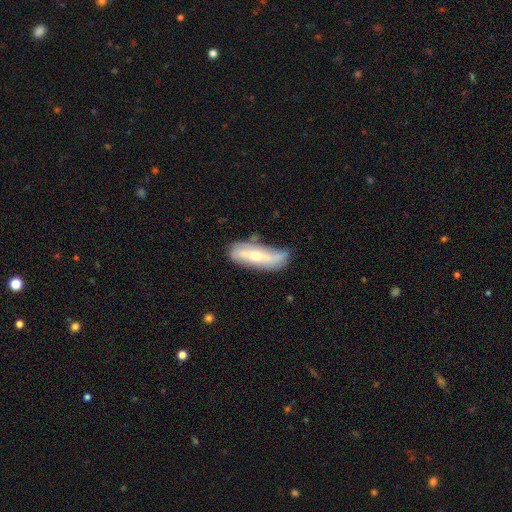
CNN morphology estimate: type=featured or disk (52%); edge-on=no (69%); merging=none (52%).